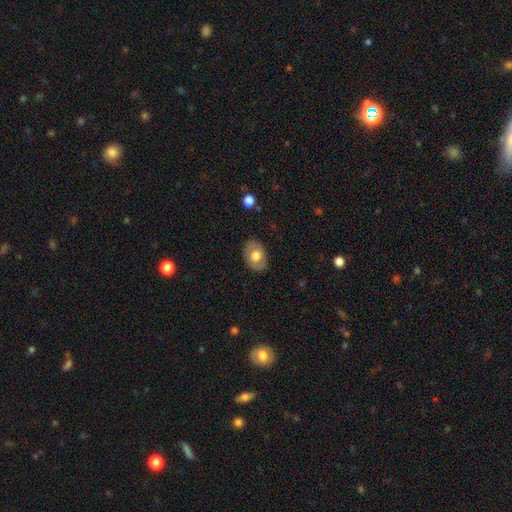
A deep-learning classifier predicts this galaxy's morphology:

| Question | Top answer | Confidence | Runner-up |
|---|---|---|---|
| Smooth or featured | smooth | 63% | featured or disk (31%) |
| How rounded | in between | 76% | round (23%) |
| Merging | none | 83% | minor disturbance (13%) |